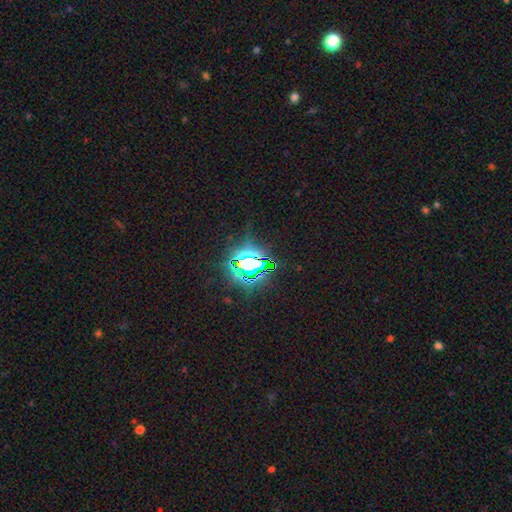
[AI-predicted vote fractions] A star or artifact, not a galaxy (83%).